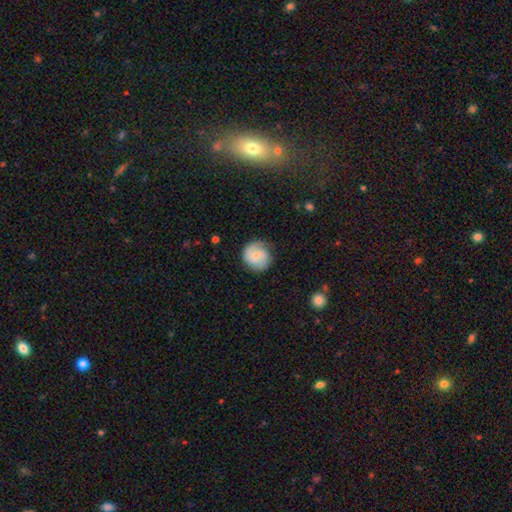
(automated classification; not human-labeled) featured or disk 55%, smooth 39%, star or artifact 7%. Down the decision tree: edge-on disk — no (98%); bar — no (67%); spiral arms — yes (89%); bulge size — small (61%); merging — none (71%).